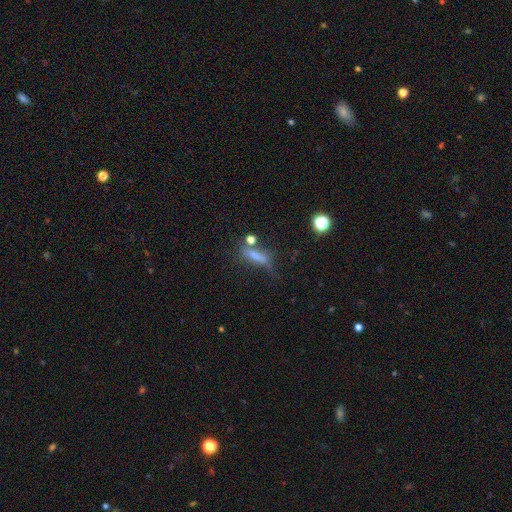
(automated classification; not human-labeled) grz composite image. It shows a smooth galaxy with no disk features (62%) that is cigar-shaped (68%). Merging: none (48%).